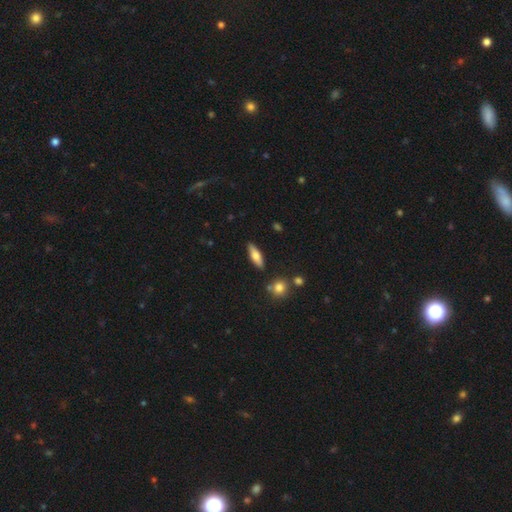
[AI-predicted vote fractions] A smooth galaxy with no disk features (67%) that is in between round and cigar-shaped (54%).

Vote fractions:
- Smooth or featured? smooth: 67% / featured or disk: 27% / star or artifact: 6%
- How rounded? in between: 54% / cigar-shaped: 43% / round: 3%
- Merging? none: 86% / minor disturbance: 9% / merger: 3% / major disturbance: 2%